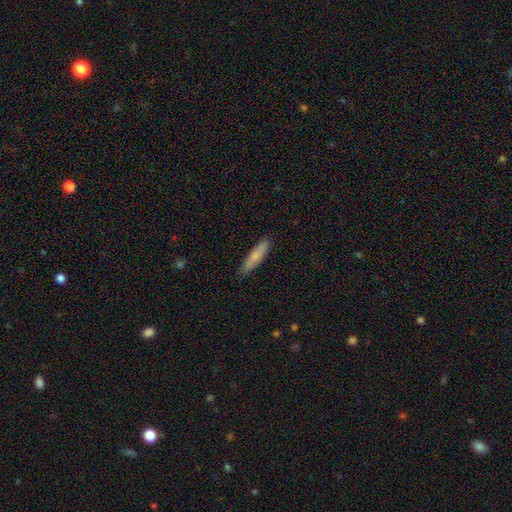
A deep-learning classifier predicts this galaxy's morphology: The model was most divided on "smooth or featured": smooth: 73%, featured or disk: 21%, star or artifact: 6%. More confident: merging — none (87%); how rounded — cigar-shaped (79%).